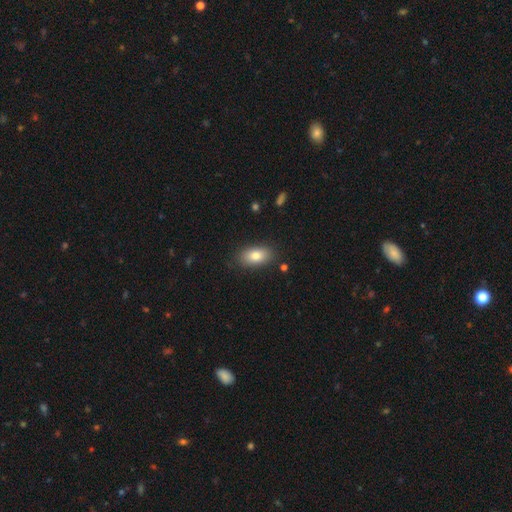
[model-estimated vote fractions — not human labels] Q: Smooth or featured?
A: smooth (80%); runner-up: featured or disk (12%)
Q: How rounded?
A: in between (90%); runner-up: round (7%)
Q: Merging?
A: none (85%); runner-up: minor disturbance (11%)